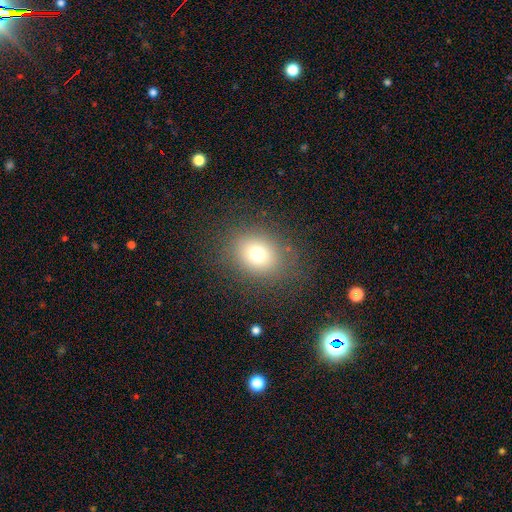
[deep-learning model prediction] Morphology: type=smooth (73%); roundness=round (58%); merging=none (83%).